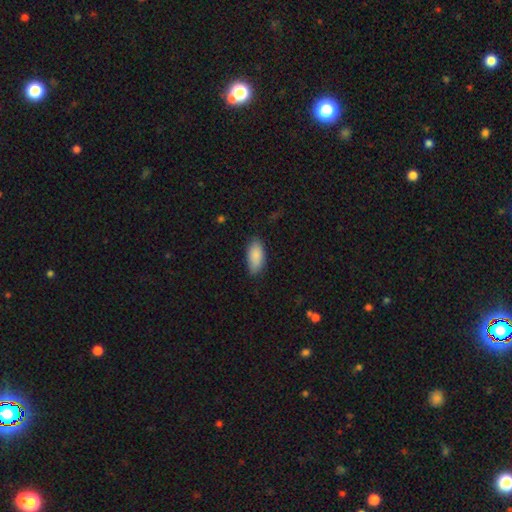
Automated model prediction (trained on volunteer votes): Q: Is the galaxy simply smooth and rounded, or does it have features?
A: smooth — 89%.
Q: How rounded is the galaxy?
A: in between — 92%.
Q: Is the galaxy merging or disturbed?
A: none — 80%.